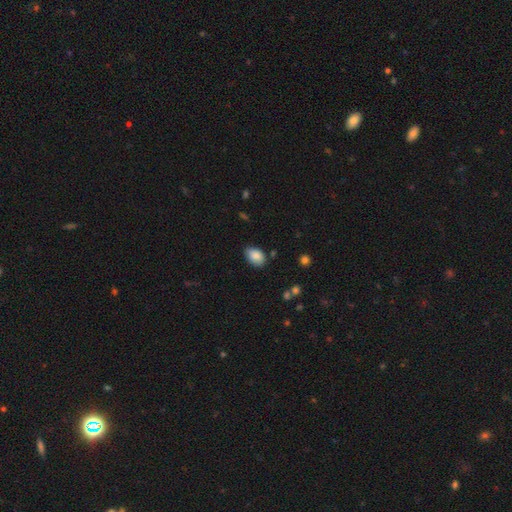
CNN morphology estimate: A smooth galaxy with no disk features (86%) that is in between round and cigar-shaped (86%). Merging: none (72%).